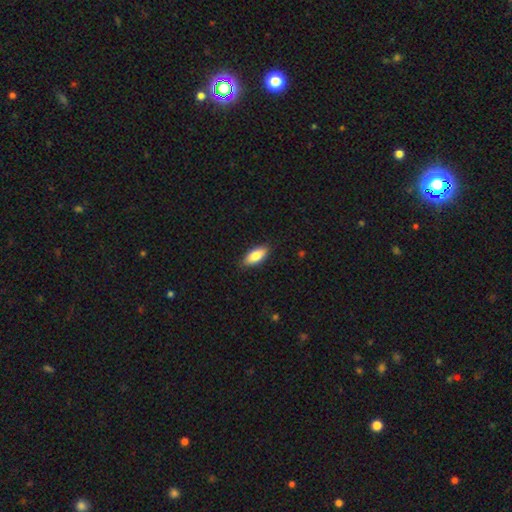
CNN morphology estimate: type=smooth (83%); roundness=in between (85%); merging=none (88%).